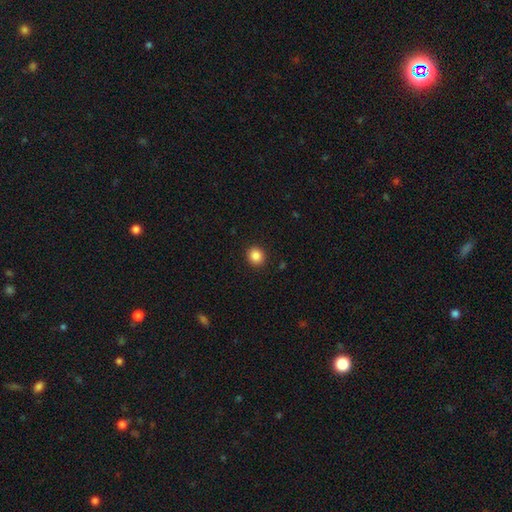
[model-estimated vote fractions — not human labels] This appears to be a smooth galaxy with no disk features (86%) that is round (81%). Merging: none (91%).